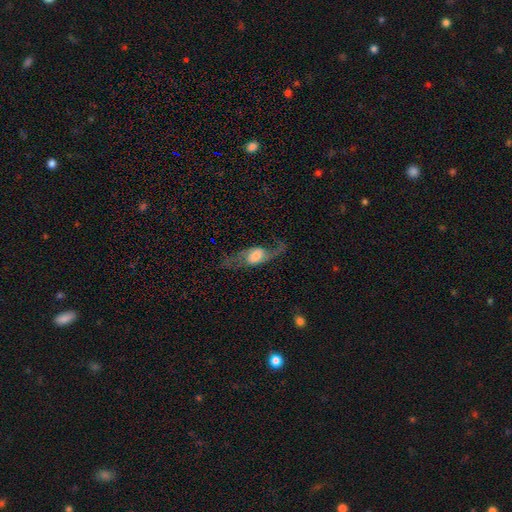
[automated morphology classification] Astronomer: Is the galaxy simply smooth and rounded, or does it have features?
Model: featured or disk — 69%.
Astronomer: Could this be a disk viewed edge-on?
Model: no — 84%.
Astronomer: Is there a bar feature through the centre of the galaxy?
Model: no — 51% (runner-up: weak, 36%).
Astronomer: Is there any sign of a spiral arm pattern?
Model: yes — 88%.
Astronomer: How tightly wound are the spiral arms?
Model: loose — 71%.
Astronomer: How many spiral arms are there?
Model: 2 — 87%.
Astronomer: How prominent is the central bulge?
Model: moderate — 42% (runner-up: large, 27%).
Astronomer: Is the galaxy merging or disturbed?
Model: none — 59%.